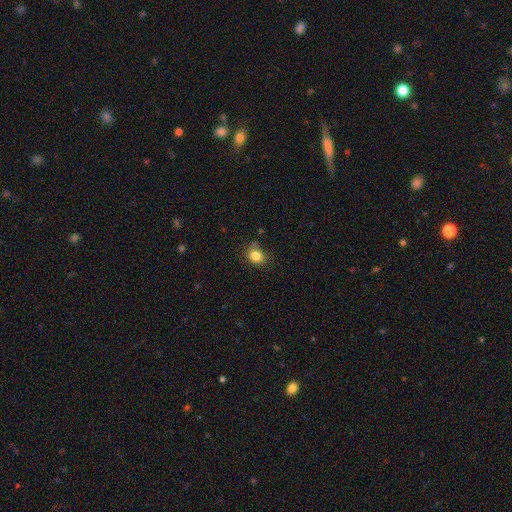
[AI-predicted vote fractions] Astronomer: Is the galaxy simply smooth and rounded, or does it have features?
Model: smooth — 83%.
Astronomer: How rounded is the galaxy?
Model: round — 52% (runner-up: in between, 48%).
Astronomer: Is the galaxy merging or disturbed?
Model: none — 74%.